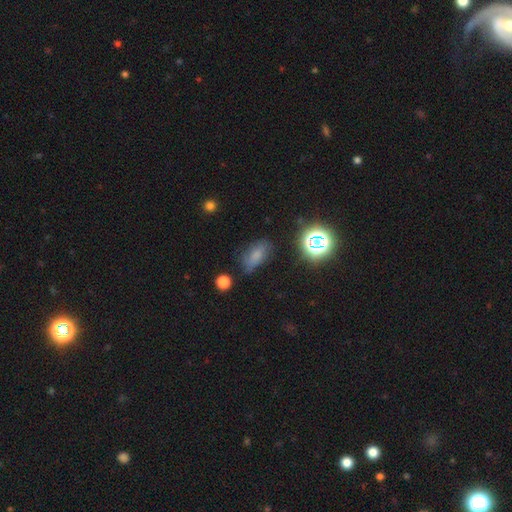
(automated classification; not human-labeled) Smooth or featured: smooth — 70% (star or artifact — 18%)
How rounded: in between — 85% (cigar-shaped — 8%)
Merging: none — 67% (minor disturbance — 23%)